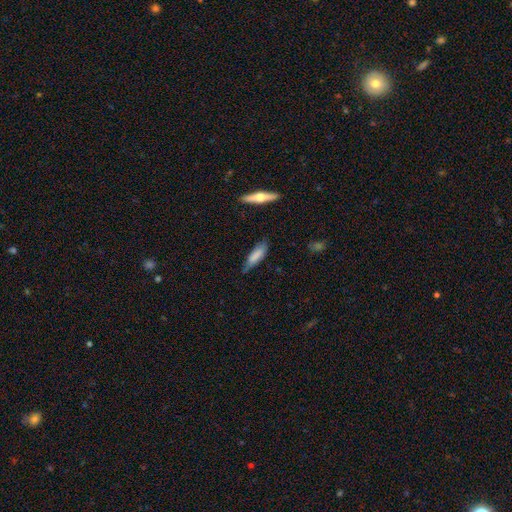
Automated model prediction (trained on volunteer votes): smooth-or-featured: smooth: 74% | featured or disk: 20% | star or artifact: 6%
  how-rounded: cigar-shaped: 58% | in between: 40% | round: 2%
  merging: none: 57% | minor disturbance: 35% | major disturbance: 6% | merger: 2%